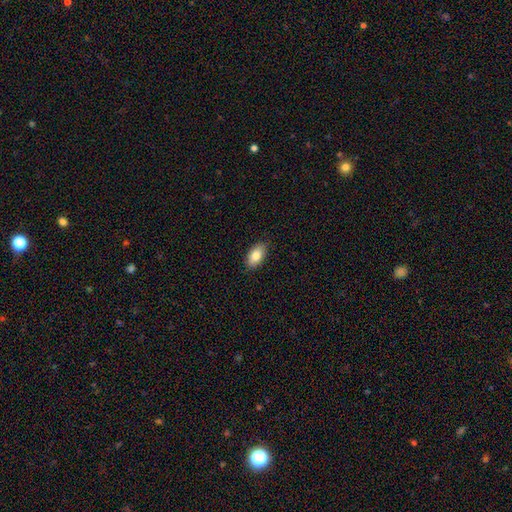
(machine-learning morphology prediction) The model was most divided on "smooth or featured": smooth: 83%, featured or disk: 10%, star or artifact: 7%. More confident: how rounded — in between (93%); merging — none (87%).